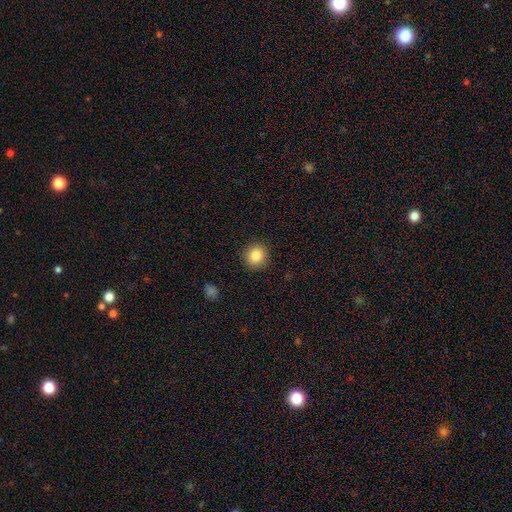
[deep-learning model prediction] smooth_or_featured: smooth (p=0.85) [alt: star or artifact p=0.10]
how_rounded: round (p=0.89) [alt: in between p=0.10]
merging: none (p=0.91) [alt: minor disturbance p=0.06]